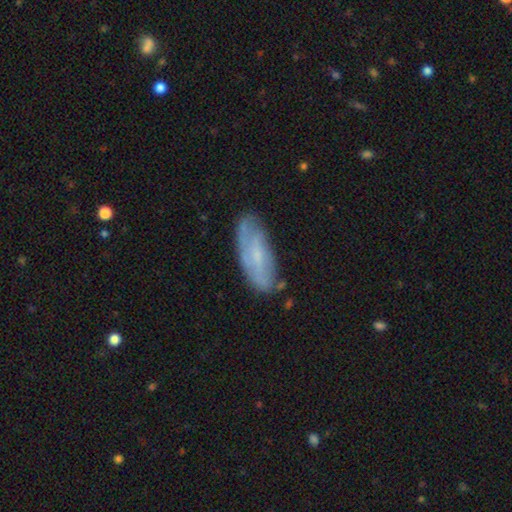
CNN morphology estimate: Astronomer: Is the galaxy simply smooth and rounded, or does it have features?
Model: featured or disk — 54% (runner-up: smooth, 38%).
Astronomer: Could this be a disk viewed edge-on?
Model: no — 83%.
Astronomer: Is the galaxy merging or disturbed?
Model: none — 68%.